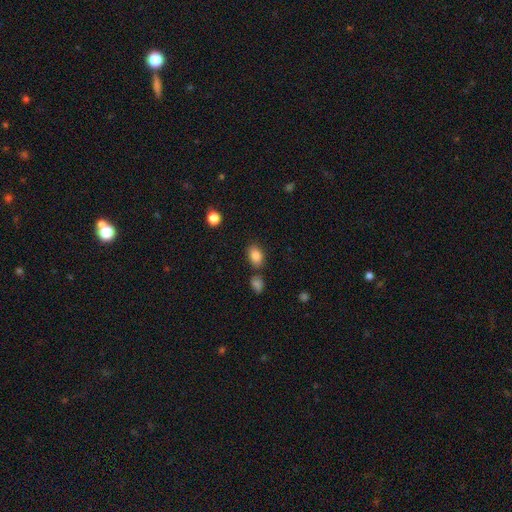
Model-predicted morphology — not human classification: Smooth or featured: smooth — 85% (star or artifact — 9%)
How rounded: in between — 83% (round — 15%)
Merging: none — 74% (minor disturbance — 13%)